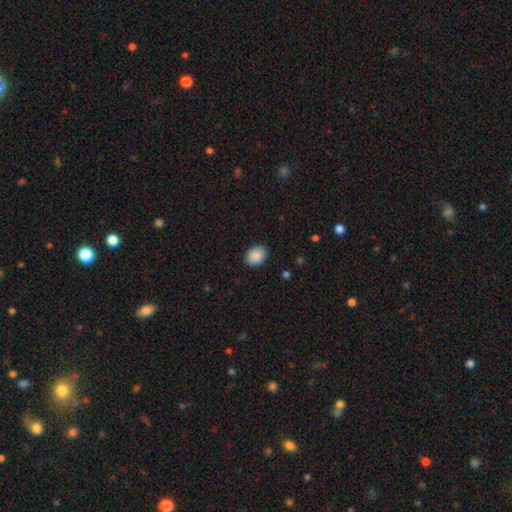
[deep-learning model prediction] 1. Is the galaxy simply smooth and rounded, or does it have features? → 89% smooth, 7% star or artifact, 3% featured or disk.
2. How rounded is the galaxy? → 65% in between, 34% round, 1% cigar-shaped.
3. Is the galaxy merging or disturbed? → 89% none, 8% minor disturbance, 2% major disturbance, 1% merger.